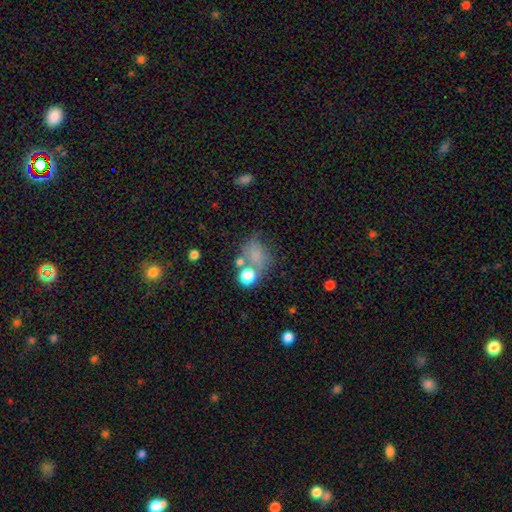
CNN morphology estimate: The model was most divided on "how rounded": in between: 50%, round: 49%, cigar-shaped: 1%. Remaining: smooth or featured — smooth (68%); merging — none (42%).